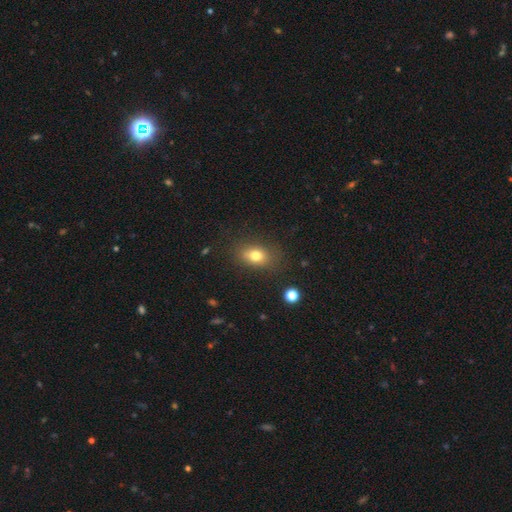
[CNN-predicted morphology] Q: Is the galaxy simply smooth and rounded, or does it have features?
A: smooth — 76%.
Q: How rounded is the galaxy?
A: in between — 69%.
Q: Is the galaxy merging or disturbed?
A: none — 78%.